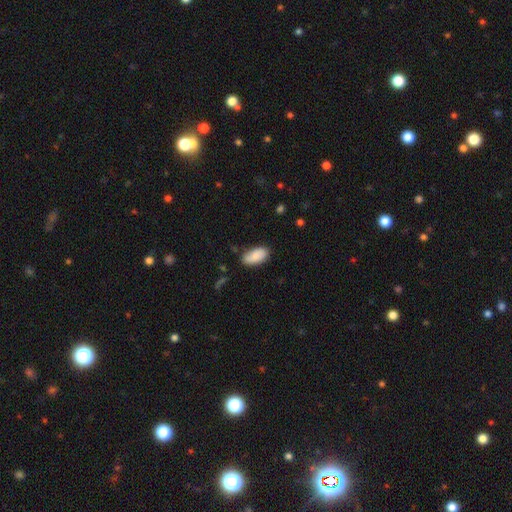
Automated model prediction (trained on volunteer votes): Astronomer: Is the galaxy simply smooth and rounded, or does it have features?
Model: smooth — 84%.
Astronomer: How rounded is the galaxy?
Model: in between — 93%.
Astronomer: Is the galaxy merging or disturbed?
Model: none — 74%.